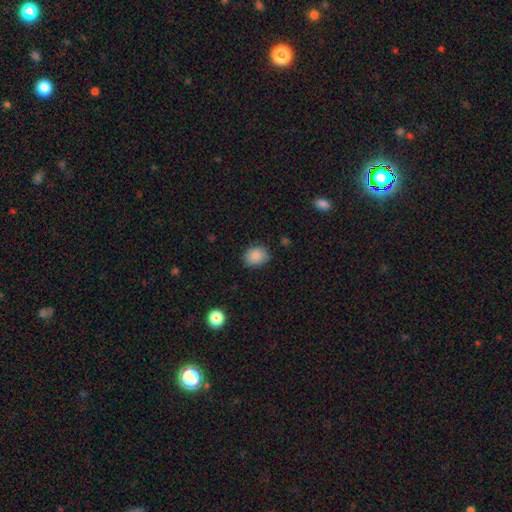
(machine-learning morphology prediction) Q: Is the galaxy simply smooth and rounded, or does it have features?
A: smooth — 86%.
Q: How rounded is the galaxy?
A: round — 53%.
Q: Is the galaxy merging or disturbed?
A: none — 80%.